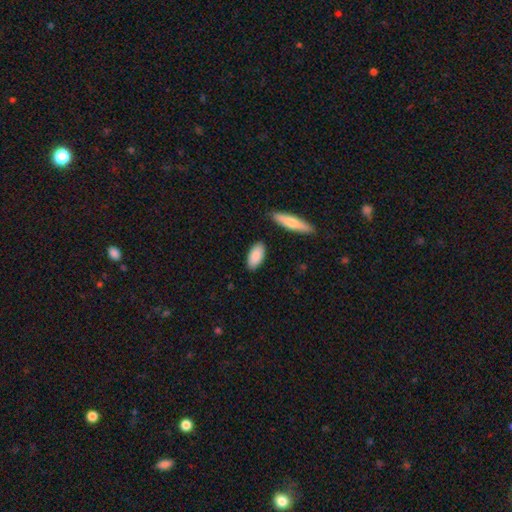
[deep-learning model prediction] Smooth or featured?
  - smooth: 87% *
  - featured or disk: 7%
  - star or artifact: 6%
How rounded?
  - in between: 89% *
  - cigar-shaped: 9%
  - round: 2%
Merging?
  - none: 84% *
  - minor disturbance: 10%
  - merger: 3%
  - major disturbance: 2%